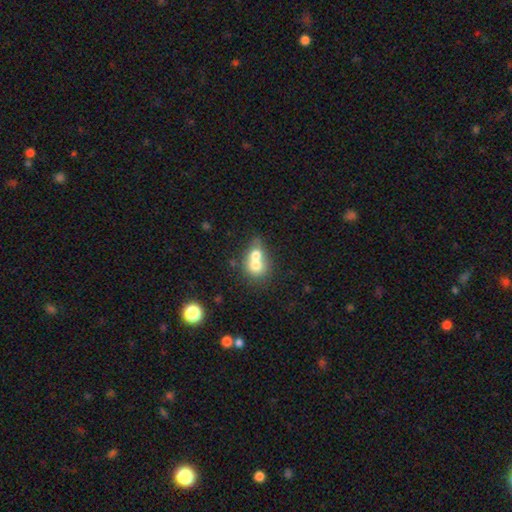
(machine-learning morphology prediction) A smooth galaxy with no disk features (67%) that is round (64%).

Vote fractions:
- Smooth or featured? smooth: 67% / featured or disk: 23% / star or artifact: 9%
- How rounded? round: 64% / in between: 34% / cigar-shaped: 1%
- Merging? merger: 73% / none: 19% / minor disturbance: 5% / major disturbance: 3%